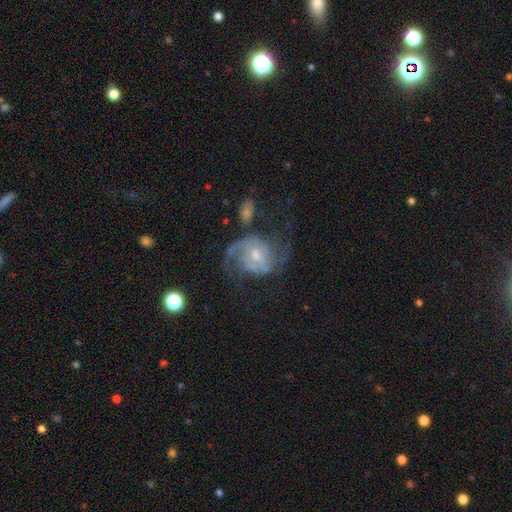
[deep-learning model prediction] Smooth or featured: featured or disk — 79% (smooth — 14%)
Edge-on disk: no — 97% (yes — 3%)
Bar: no — 47% (weak — 45%)
Spiral arms: yes — 89% (no — 11%)
Spiral winding: medium — 44% (loose — 35%)
Spiral arm count: 2 — 59% (can't tell — 17%)
Bulge size: moderate — 49% (small — 41%)
Merging: none — 43% (major disturbance — 31%)